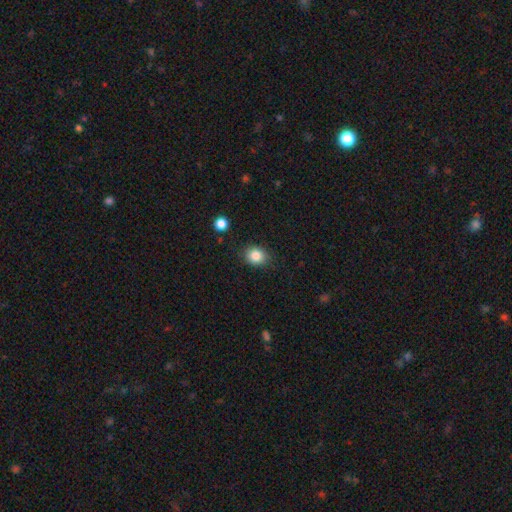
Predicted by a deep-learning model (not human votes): The model was most divided on "how rounded": round: 62%, in between: 37%, cigar-shaped: 1%. More confident: smooth or featured — smooth (85%); merging — none (84%).